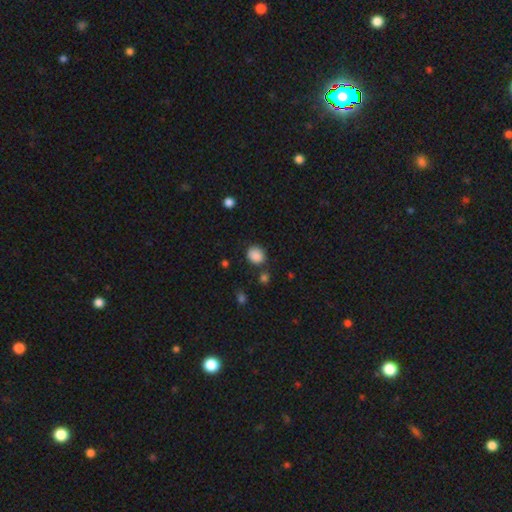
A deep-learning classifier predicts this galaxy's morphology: Smooth or featured? smooth (87%)
How rounded? round (72%)
Merging? none (76%)